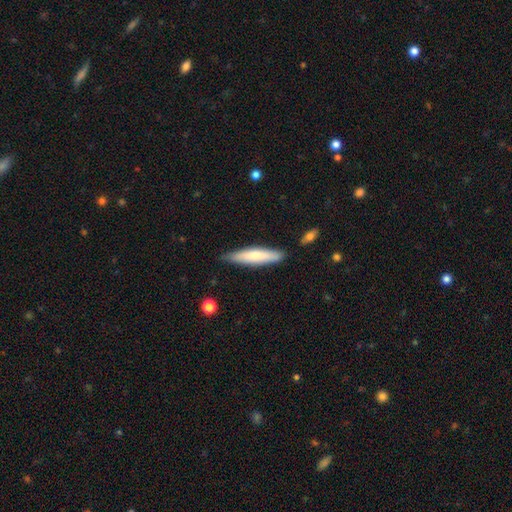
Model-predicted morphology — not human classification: Q: Smooth or featured?
A: smooth (69%); runner-up: featured or disk (26%)
Q: How rounded?
A: cigar-shaped (81%); runner-up: in between (17%)
Q: Merging?
A: none (82%); runner-up: minor disturbance (14%)